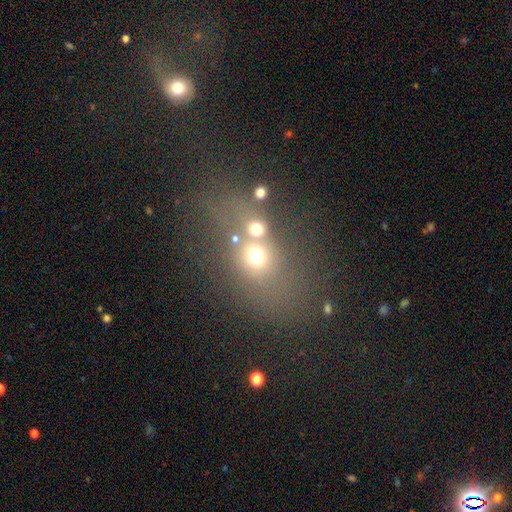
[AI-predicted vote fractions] A smooth galaxy with no disk features (59%) that is round (52%). Merging: merger (46%).